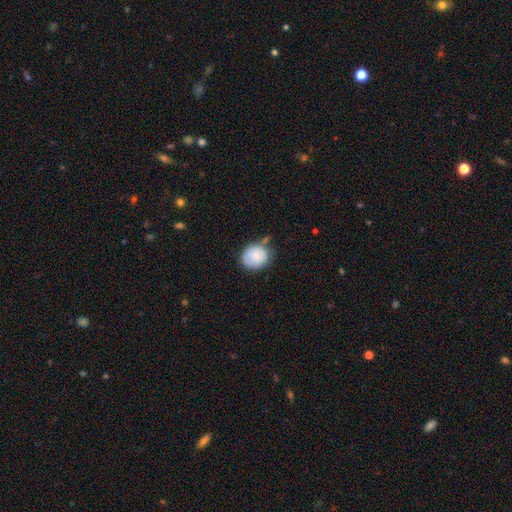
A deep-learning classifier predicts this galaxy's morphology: smooth_or_featured: smooth (p=0.80) [alt: featured or disk p=0.12]
how_rounded: round (p=0.72) [alt: in between p=0.27]
merging: none (p=0.64) [alt: minor disturbance p=0.24]